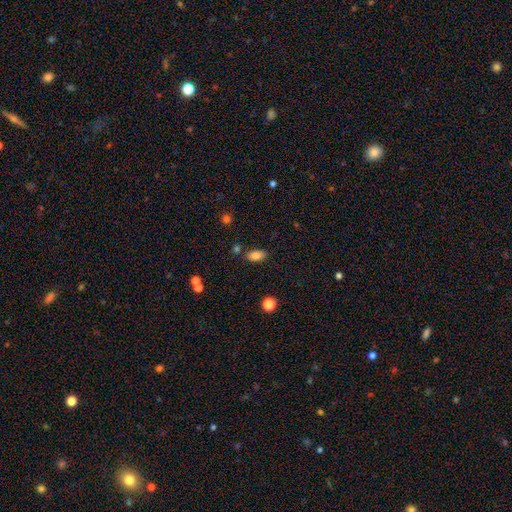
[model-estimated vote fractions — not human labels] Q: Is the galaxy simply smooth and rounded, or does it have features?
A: smooth — 84%.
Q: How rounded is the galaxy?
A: in between — 90%.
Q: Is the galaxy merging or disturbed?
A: none — 79%.